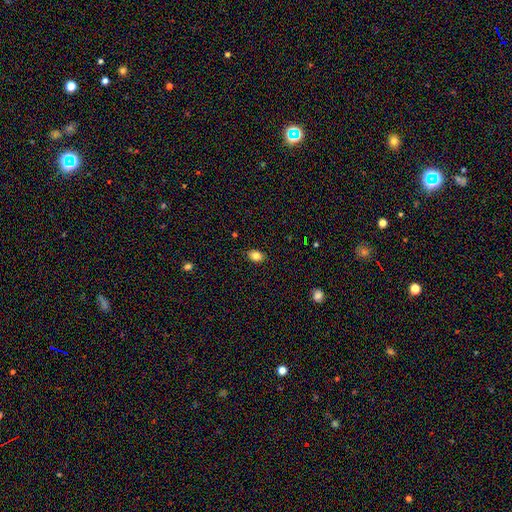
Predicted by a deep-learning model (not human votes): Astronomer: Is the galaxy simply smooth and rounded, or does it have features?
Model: smooth — 83%.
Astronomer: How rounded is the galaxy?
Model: in between — 74%.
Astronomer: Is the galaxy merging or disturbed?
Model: none — 87%.